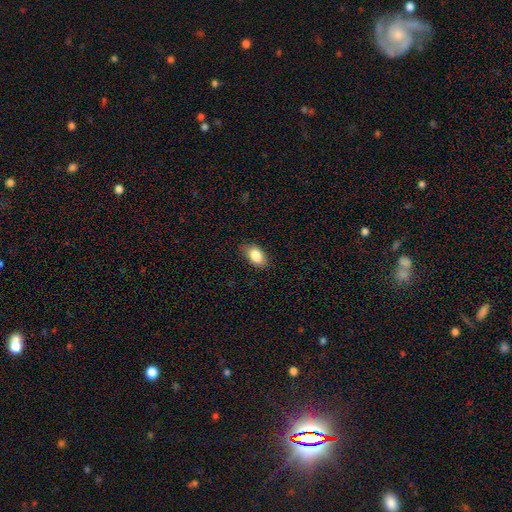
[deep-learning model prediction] smooth 86%, star or artifact 8%, featured or disk 7%. Down the decision tree: how rounded — in between (89%); merging — none (84%).